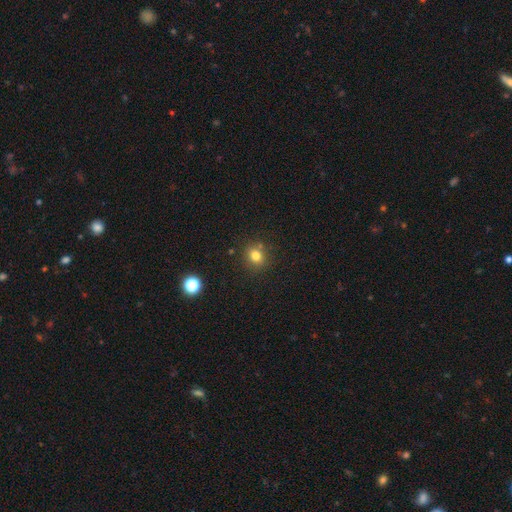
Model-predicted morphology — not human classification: type=smooth (79%); roundness=round (79%); merging=none (79%).